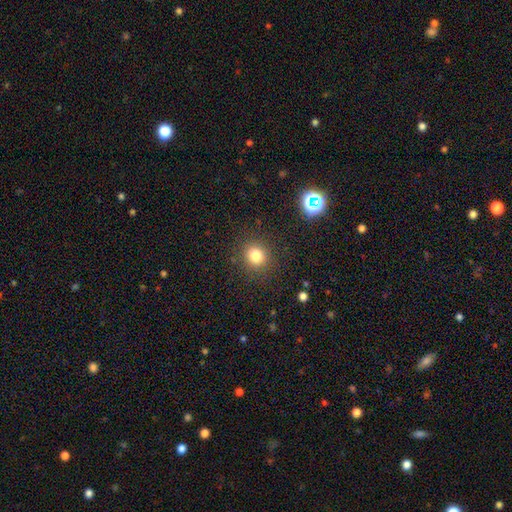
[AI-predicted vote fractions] Morphology: type=smooth (80%); roundness=round (85%); merging=none (88%).